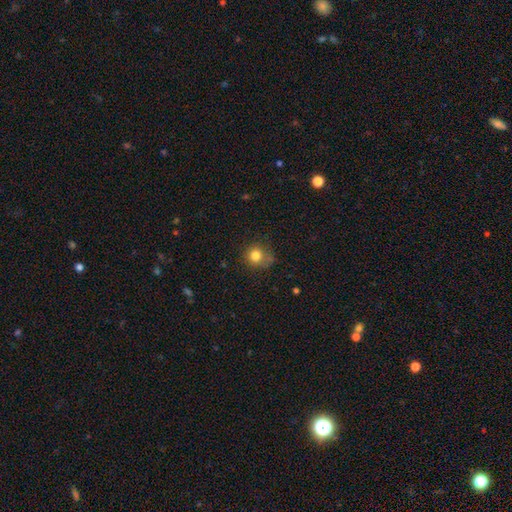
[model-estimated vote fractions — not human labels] A smooth galaxy with no disk features (81%) that is round (86%).

Vote fractions:
- Smooth or featured? smooth: 81% / star or artifact: 11% / featured or disk: 8%
- How rounded? round: 86% / in between: 13% / cigar-shaped: 1%
- Merging? none: 62% / minor disturbance: 24% / major disturbance: 10% / merger: 5%